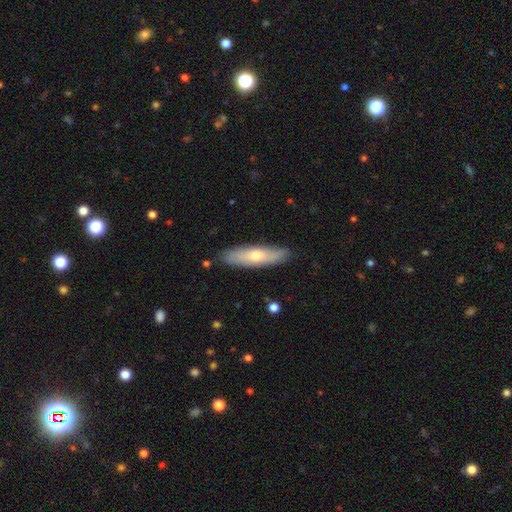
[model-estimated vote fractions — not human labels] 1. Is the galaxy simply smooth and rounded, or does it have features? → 55% smooth, 39% featured or disk, 6% star or artifact.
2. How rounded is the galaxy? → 66% cigar-shaped, 33% in between, 2% round.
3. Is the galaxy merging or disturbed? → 86% none, 11% minor disturbance, 2% major disturbance, 1% merger.